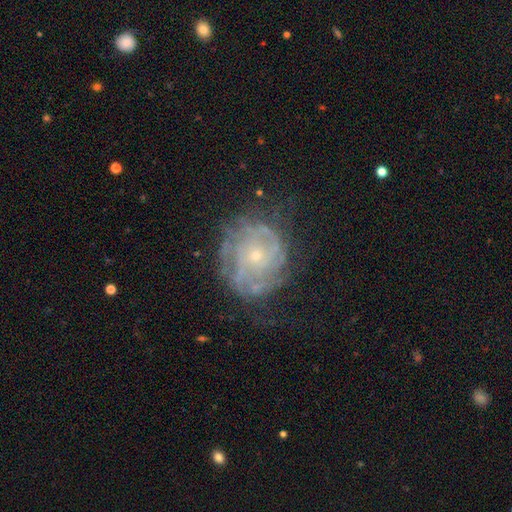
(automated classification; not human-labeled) Smooth or featured: featured or disk — 78% (smooth — 13%)
Edge-on disk: no — 97% (yes — 3%)
Bar: no — 82% (weak — 15%)
Spiral arms: yes — 84% (no — 16%)
Spiral winding: tight — 66% (medium — 26%)
Spiral arm count: can't tell — 49% (2 — 14%)
Bulge size: small — 75% (moderate — 21%)
Merging: none — 65% (minor disturbance — 21%)